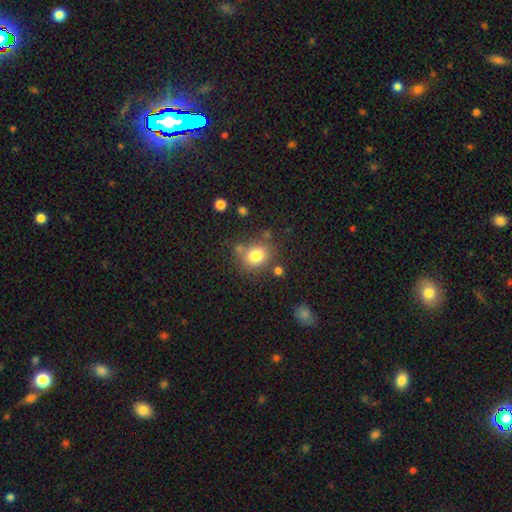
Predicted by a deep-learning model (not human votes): Smooth or featured? Predicted: smooth (p=0.79). How rounded? Predicted: round (p=0.64). Merging? Predicted: none (p=0.69).